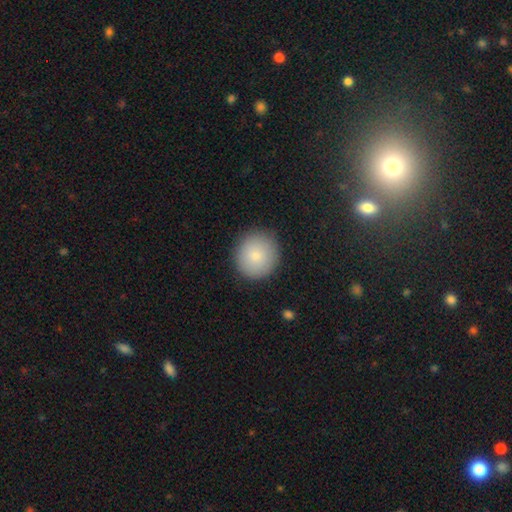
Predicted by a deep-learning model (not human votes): Morphology: type=smooth (83%); roundness=round (91%); merging=none (88%).